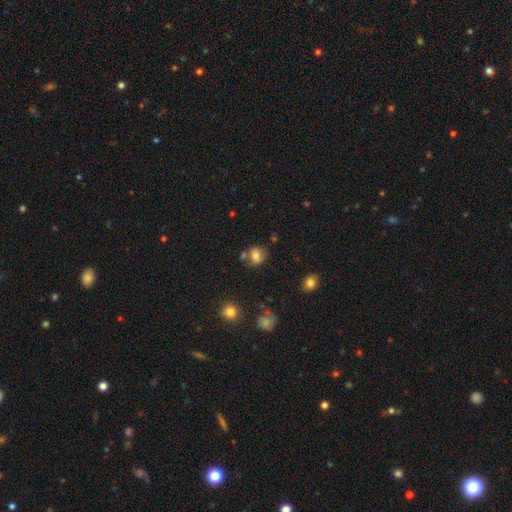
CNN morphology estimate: A smooth galaxy with no disk features (72%) that is round (63%). Merging: none (62%).